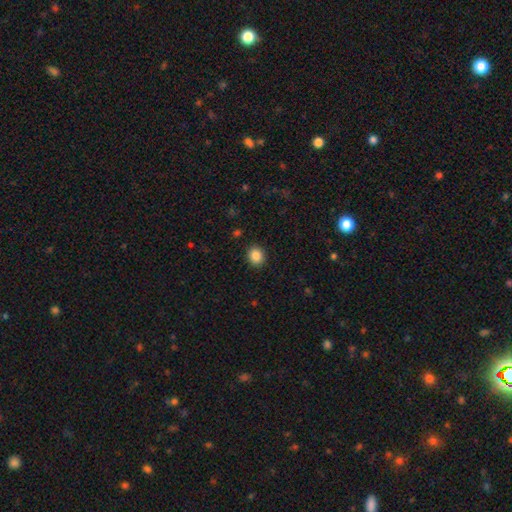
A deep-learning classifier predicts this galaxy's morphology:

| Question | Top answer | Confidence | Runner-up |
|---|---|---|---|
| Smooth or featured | smooth | 87% | star or artifact (9%) |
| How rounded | round | 72% | in between (27%) |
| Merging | none | 91% | minor disturbance (6%) |